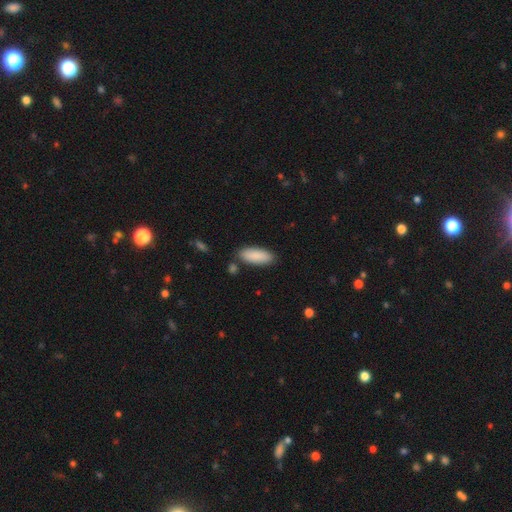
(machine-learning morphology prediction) smooth-or-featured: smooth: 89% | star or artifact: 6% | featured or disk: 5%
  how-rounded: in between: 73% | cigar-shaped: 25% | round: 2%
  merging: none: 83% | minor disturbance: 11% | merger: 4% | major disturbance: 2%